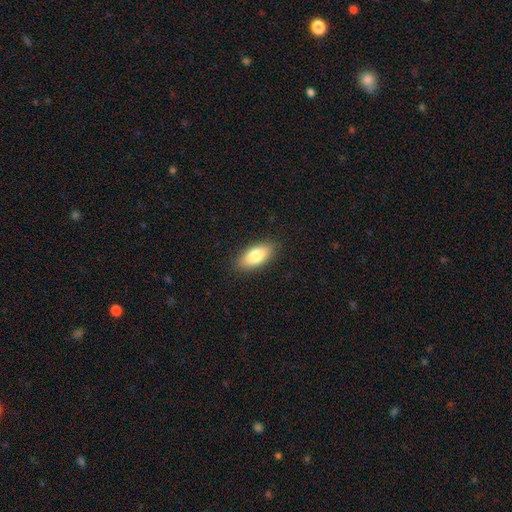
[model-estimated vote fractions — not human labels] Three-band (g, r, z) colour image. It shows a smooth galaxy with no disk features (80%) that is in between round and cigar-shaped (87%). Merging: none (88%).